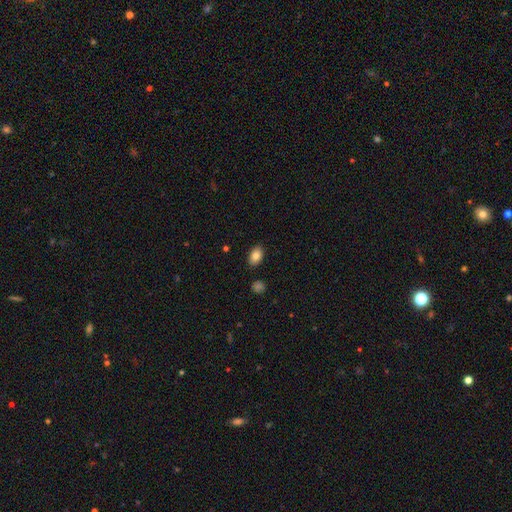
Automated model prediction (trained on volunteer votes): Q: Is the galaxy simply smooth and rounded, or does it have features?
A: smooth — 84%.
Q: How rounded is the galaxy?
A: in between — 90%.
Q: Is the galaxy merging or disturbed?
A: none — 87%.